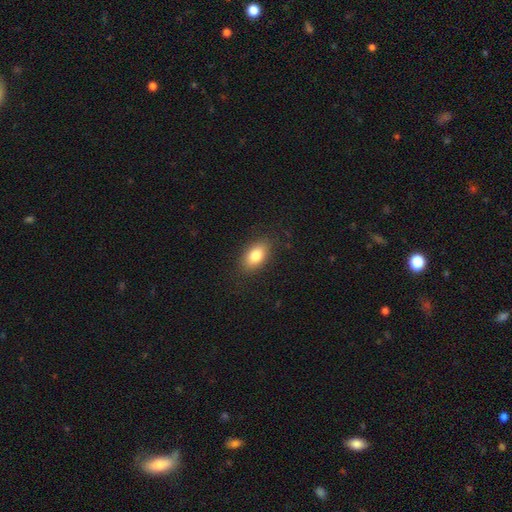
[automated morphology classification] smooth-or-featured: smooth: 82% | featured or disk: 10% | star or artifact: 8%
  how-rounded: in between: 89% | round: 8% | cigar-shaped: 3%
  merging: none: 86% | minor disturbance: 10% | major disturbance: 3% | merger: 1%